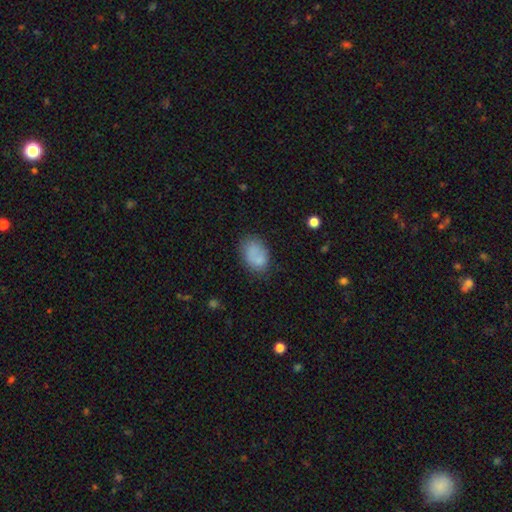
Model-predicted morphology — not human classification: This appears to be a smooth galaxy with no disk features (78%) that is in between round and cigar-shaped (83%). Merging: none (63%).